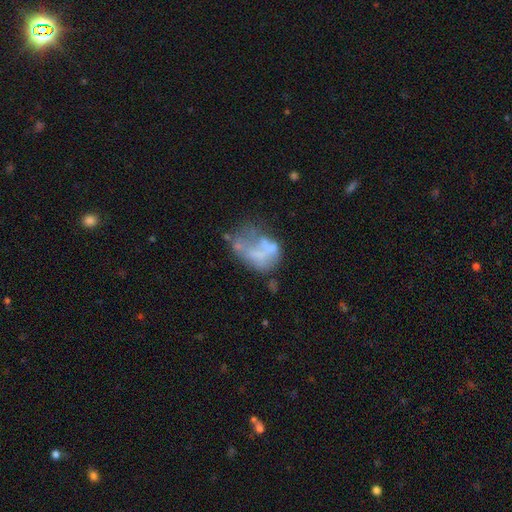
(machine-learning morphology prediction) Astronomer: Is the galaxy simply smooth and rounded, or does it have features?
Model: featured or disk — 50% (runner-up: smooth, 37%).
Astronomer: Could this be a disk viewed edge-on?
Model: no — 98%.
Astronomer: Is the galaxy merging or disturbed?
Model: major disturbance — 36% (runner-up: none, 25%).